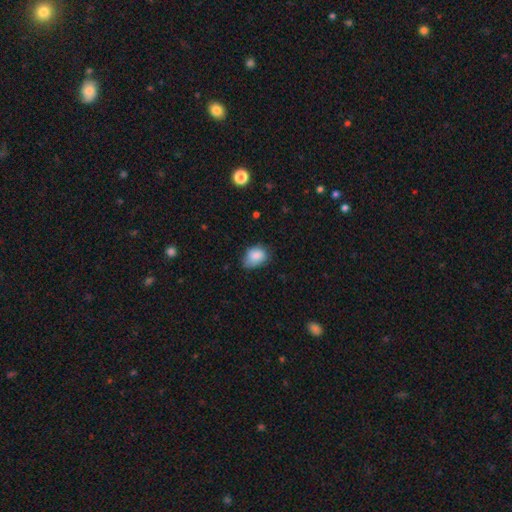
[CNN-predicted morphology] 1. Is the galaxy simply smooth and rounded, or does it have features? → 84% smooth, 8% featured or disk, 8% star or artifact.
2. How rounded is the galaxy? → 71% in between, 28% round, 1% cigar-shaped.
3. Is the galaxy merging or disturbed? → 55% none, 36% minor disturbance, 8% major disturbance, 2% merger.